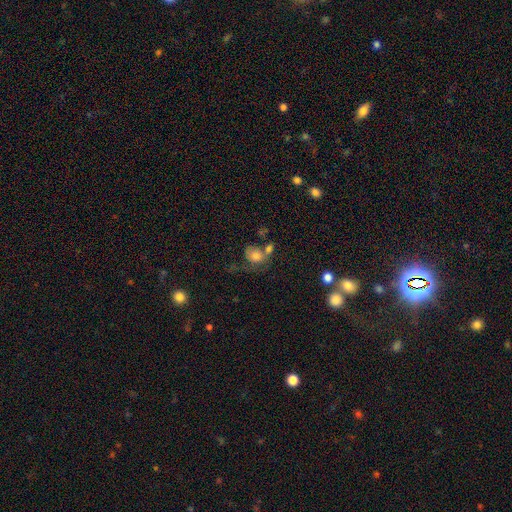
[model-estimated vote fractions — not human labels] A smooth galaxy with no disk features (71%) that is round (59%).

Vote fractions:
- Smooth or featured? smooth: 71% / featured or disk: 18% / star or artifact: 11%
- How rounded? round: 59% / in between: 40% / cigar-shaped: 1%
- Merging? merger: 33% / none: 30% / major disturbance: 20% / minor disturbance: 18%